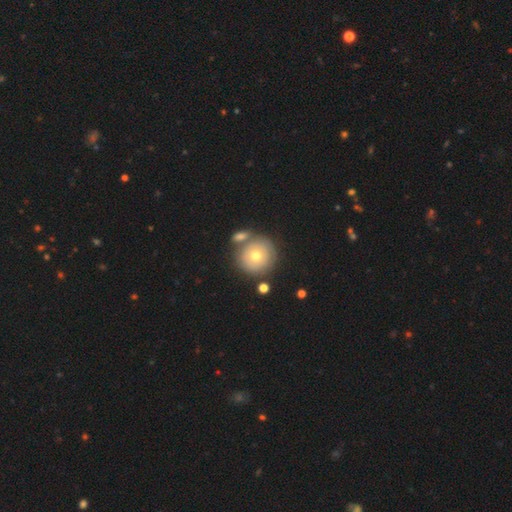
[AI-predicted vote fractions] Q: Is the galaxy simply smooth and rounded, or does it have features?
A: smooth — 59%.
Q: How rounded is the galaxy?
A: round — 93%.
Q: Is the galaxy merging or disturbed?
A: none — 69%.